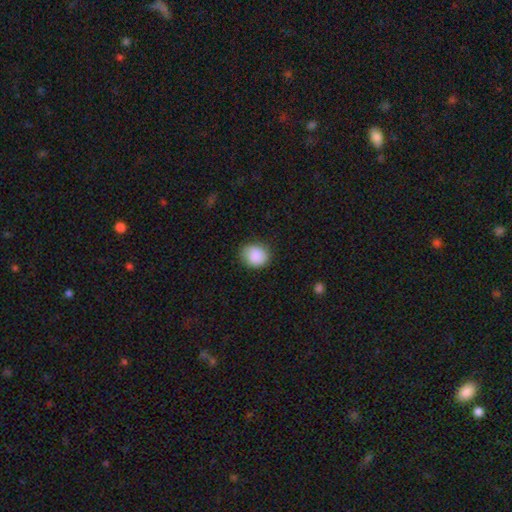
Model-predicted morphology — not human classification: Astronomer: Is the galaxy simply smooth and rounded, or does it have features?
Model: smooth — 89%.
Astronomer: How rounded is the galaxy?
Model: round — 64%.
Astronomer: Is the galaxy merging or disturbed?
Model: none — 80%.